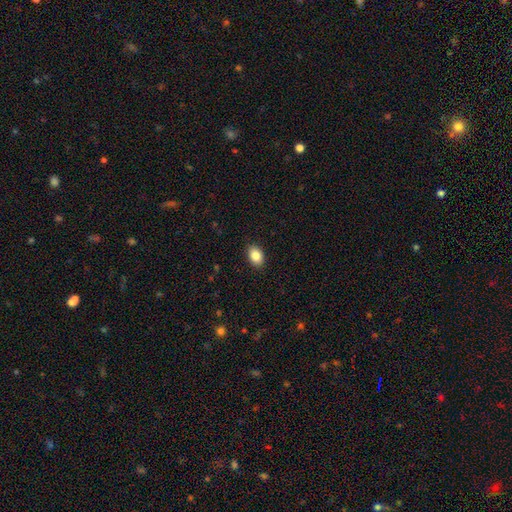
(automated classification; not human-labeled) Q: Smooth or featured?
A: smooth (86%); runner-up: star or artifact (8%)
Q: How rounded?
A: in between (80%); runner-up: round (19%)
Q: Merging?
A: none (89%); runner-up: minor disturbance (8%)